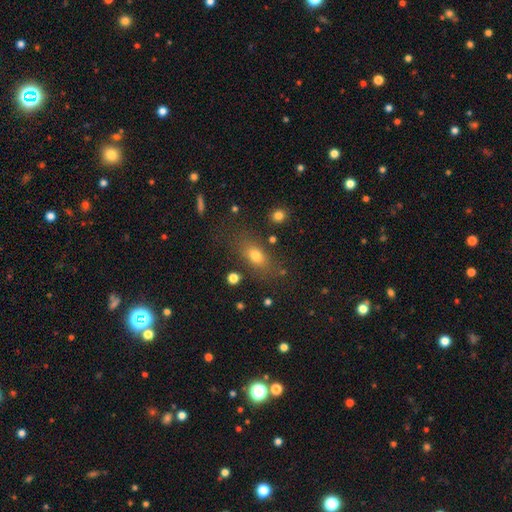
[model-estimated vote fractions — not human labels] A smooth galaxy with no disk features (70%) that is in between round and cigar-shaped (69%). Merging: none (75%).